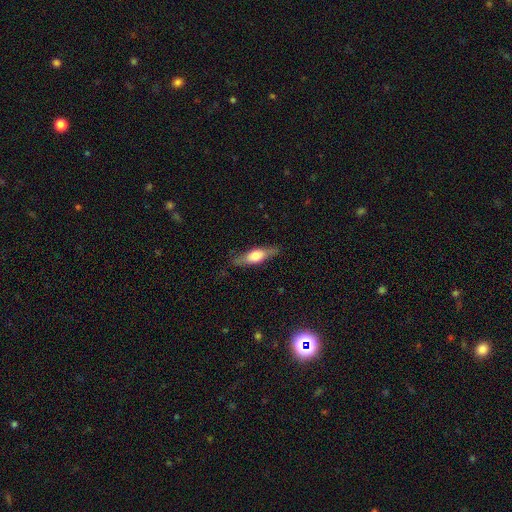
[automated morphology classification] Smooth or featured? Predicted: smooth (p=0.52). How rounded? Predicted: in between (p=0.49). Merging? Predicted: none (p=0.79).